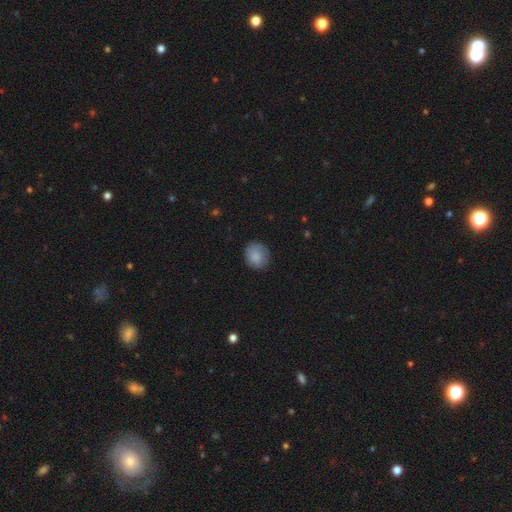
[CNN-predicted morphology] This is clearly a smooth galaxy (85%). How rounded: likely round (78%). Merging: clearly none (84%).